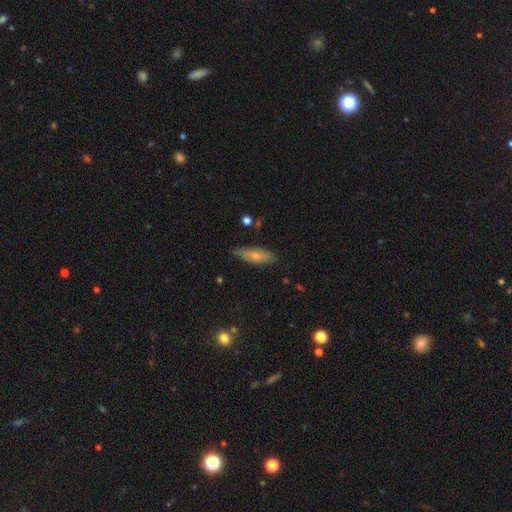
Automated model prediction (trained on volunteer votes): Smooth or featured? Predicted: smooth (p=0.66). How rounded? Predicted: in between (p=0.58). Merging? Predicted: none (p=0.72).